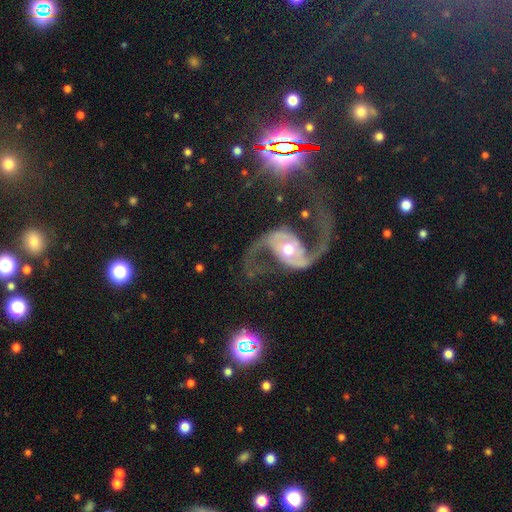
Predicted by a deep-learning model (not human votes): A featured or disk galaxy (90%) with no bar (44%), 2 (94%) loose (48%) spiral arms (98%) and a moderate central bulge (53%).

Vote fractions:
- Smooth or featured? featured or disk: 90% / star or artifact: 7% / smooth: 3%
- Edge-on disk? no: 97% / yes: 3%
- Bar? no: 44% / weak: 30% / strong: 26%
- Spiral arms? yes: 98% / no: 2%
- Spiral winding? loose: 48% / medium: 42% / tight: 9%
- Spiral arm count? 2: 94% / 1: 1% / can't tell: 1% / 3: 1% / 4: 1% / more than 4: 1%
- Bulge size? moderate: 53% / small: 39% / large: 5% / none: 1% / dominant: 1%
- Merging? none: 72% / minor disturbance: 13% / major disturbance: 12% / merger: 3%